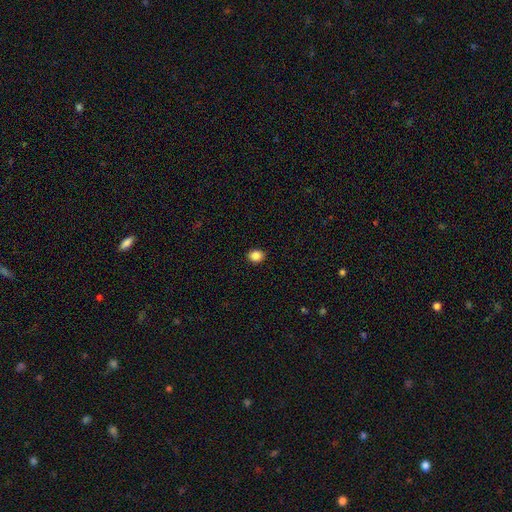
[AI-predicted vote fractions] smooth-or-featured: smooth: 86% | star or artifact: 10% | featured or disk: 4%
  how-rounded: round: 60% | in between: 40% | cigar-shaped: 1%
  merging: none: 91% | minor disturbance: 7% | major disturbance: 2% | merger: 1%